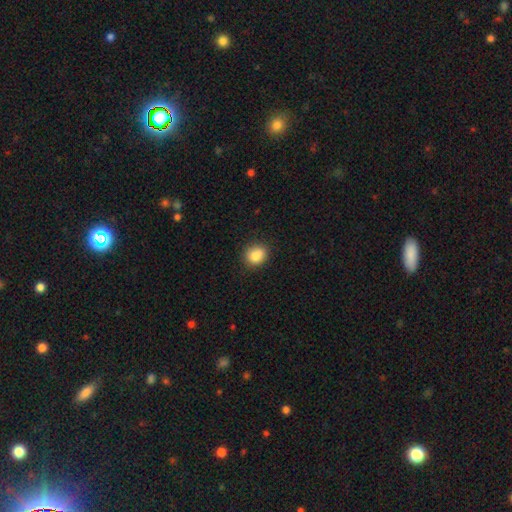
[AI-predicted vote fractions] Smooth or featured?
  - smooth: 86% *
  - star or artifact: 9%
  - featured or disk: 5%
How rounded?
  - round: 65% *
  - in between: 34%
  - cigar-shaped: 1%
Merging?
  - none: 85% *
  - minor disturbance: 11%
  - major disturbance: 2%
  - merger: 1%